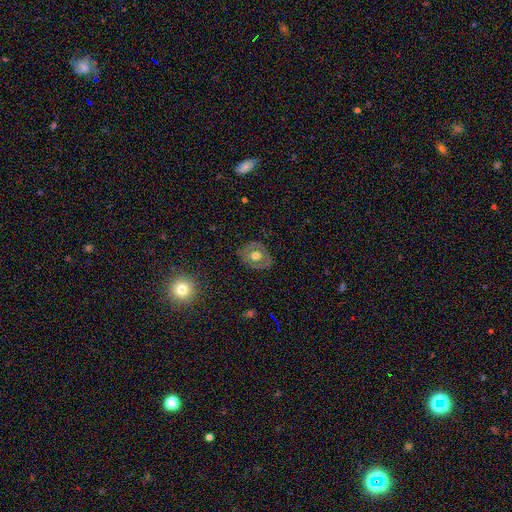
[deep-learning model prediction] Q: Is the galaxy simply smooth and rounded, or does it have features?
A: featured or disk — 47%.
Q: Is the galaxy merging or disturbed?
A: none — 79%.